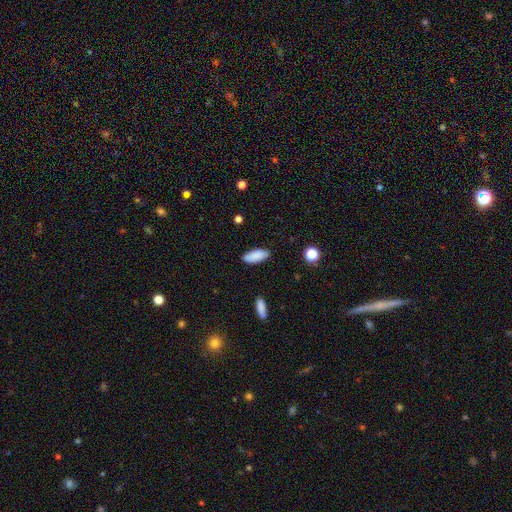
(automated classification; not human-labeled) This appears to be a smooth galaxy with no disk features (88%) that is in between round and cigar-shaped (82%). Merging: none (86%).